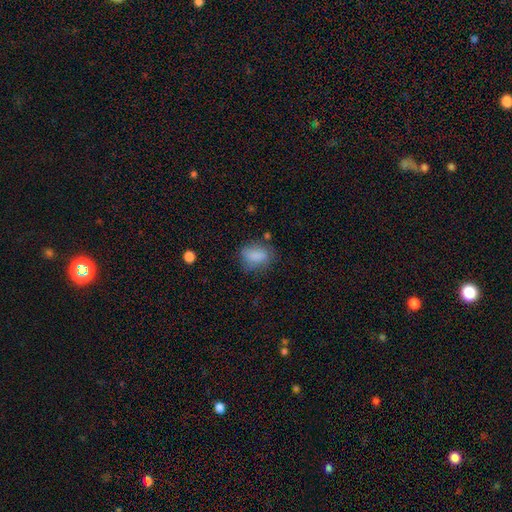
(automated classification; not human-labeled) Smooth or featured? smooth (83%)
How rounded? in between (78%)
Merging? none (65%)